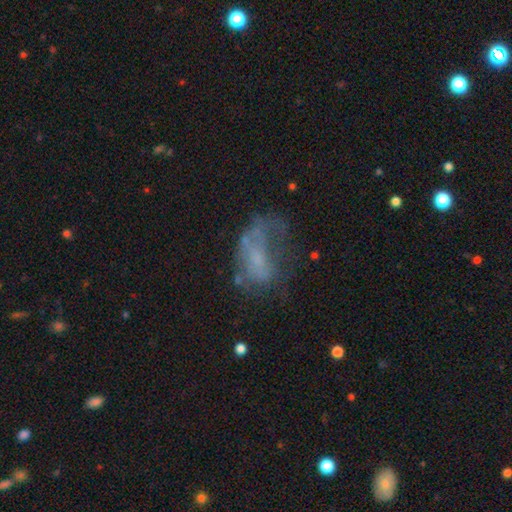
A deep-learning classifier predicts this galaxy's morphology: A featured or disk galaxy (46%).

Vote fractions:
- Smooth or featured? featured or disk: 46% / smooth: 38% / star or artifact: 15%
- Merging? major disturbance: 44% / none: 28% / minor disturbance: 21% / merger: 7%